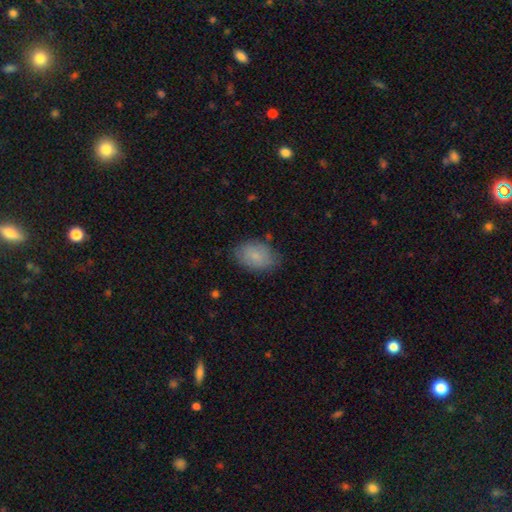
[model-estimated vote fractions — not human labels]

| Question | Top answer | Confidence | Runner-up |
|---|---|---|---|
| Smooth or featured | smooth | 81% | featured or disk (13%) |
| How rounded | in between | 88% | round (11%) |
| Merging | none | 75% | minor disturbance (19%) |